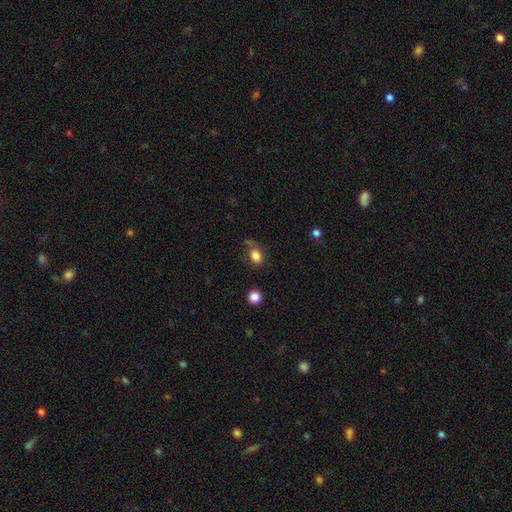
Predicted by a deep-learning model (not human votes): Smooth or featured? smooth (82%)
How rounded? in between (73%)
Merging? none (53%)